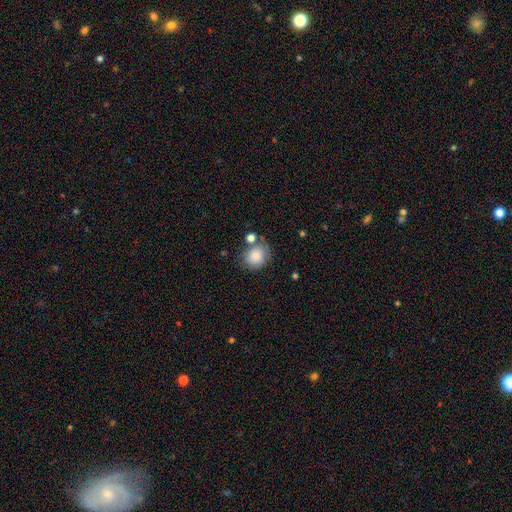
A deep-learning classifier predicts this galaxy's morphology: Smooth or featured? smooth (83%)
How rounded? round (67%)
Merging? none (63%)